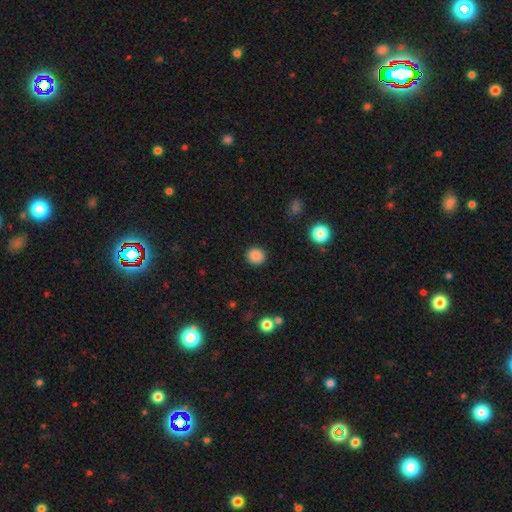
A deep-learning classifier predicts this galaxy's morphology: Smooth or featured? Predicted: smooth (p=0.87). How rounded? Predicted: round (p=0.90). Merging? Predicted: none (p=0.91).